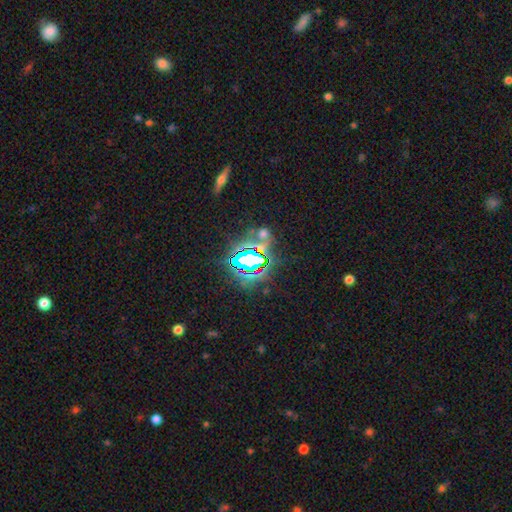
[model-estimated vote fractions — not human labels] This appears to be a star or artifact, not a galaxy (75%).